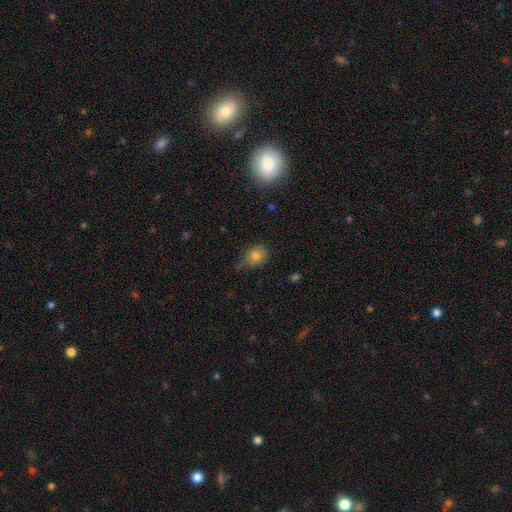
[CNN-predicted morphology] Q: Smooth or featured?
A: smooth (79%); runner-up: star or artifact (12%)
Q: How rounded?
A: round (67%); runner-up: in between (32%)
Q: Merging?
A: none (60%); runner-up: minor disturbance (30%)